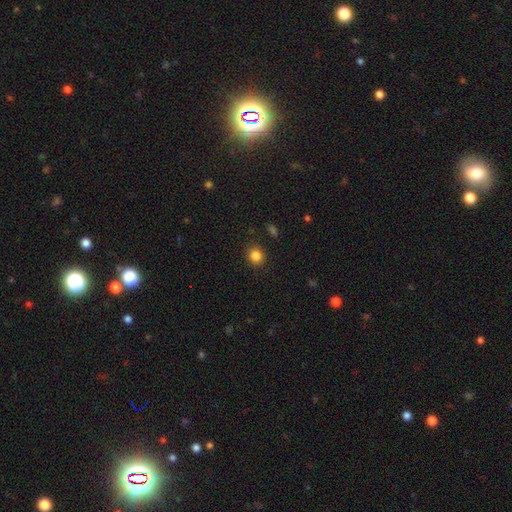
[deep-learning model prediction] smooth 84%, star or artifact 11%, featured or disk 4%. Down the decision tree: how rounded — round (76%); merging — none (89%).